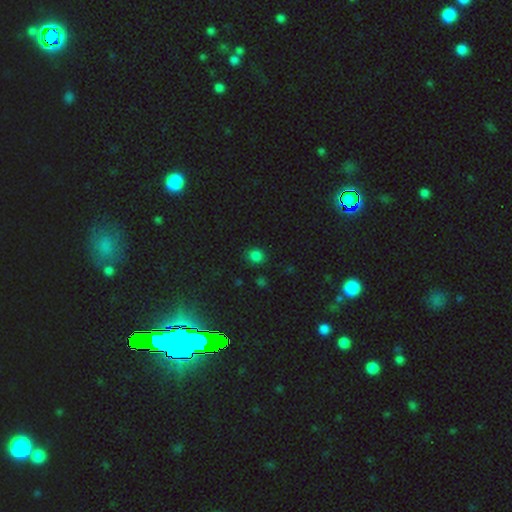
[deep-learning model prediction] A smooth galaxy with no disk features (79%) that is round (81%).

Vote fractions:
- Smooth or featured? smooth: 79% / star or artifact: 18% / featured or disk: 4%
- How rounded? round: 81% / in between: 18% / cigar-shaped: 1%
- Merging? none: 85% / minor disturbance: 10% / major disturbance: 3% / merger: 2%